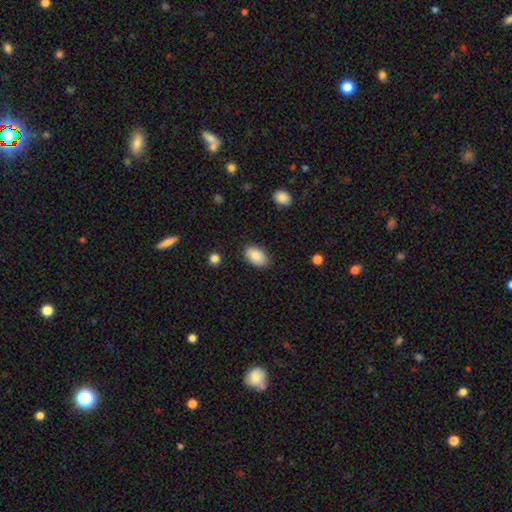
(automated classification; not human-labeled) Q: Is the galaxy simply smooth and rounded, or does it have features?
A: smooth — 88%.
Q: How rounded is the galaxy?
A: in between — 92%.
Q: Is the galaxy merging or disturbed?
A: none — 85%.